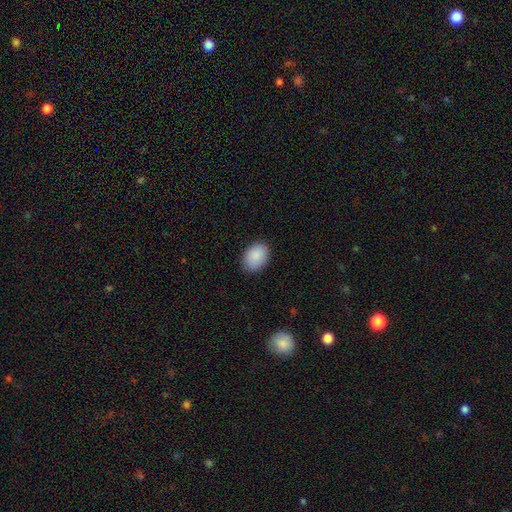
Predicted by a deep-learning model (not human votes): This appears to be a smooth galaxy with no disk features (89%) that is in between round and cigar-shaped (77%). Merging: none (86%).